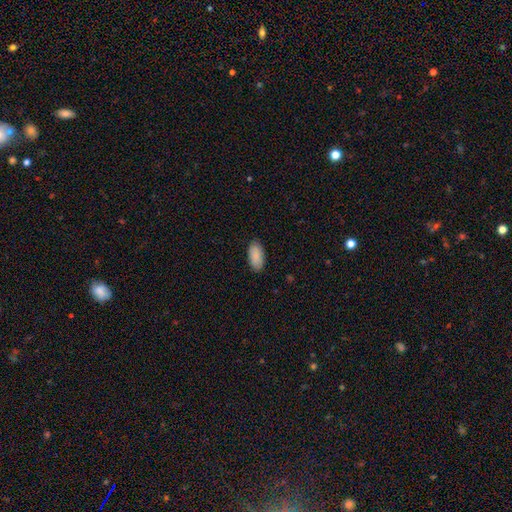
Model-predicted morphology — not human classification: smooth_or_featured: smooth (p=0.89) [alt: star or artifact p=0.06]
how_rounded: in between (p=0.94) [alt: cigar-shaped p=0.05]
merging: none (p=0.87) [alt: minor disturbance p=0.10]